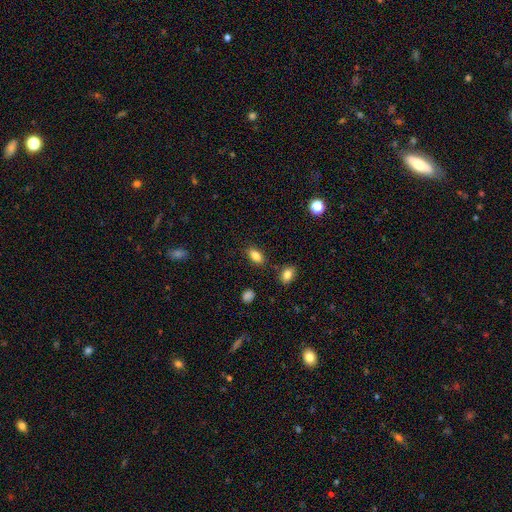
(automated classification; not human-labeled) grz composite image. It shows a smooth galaxy with no disk features (84%) that is in between round and cigar-shaped (88%). Merging: none (84%).